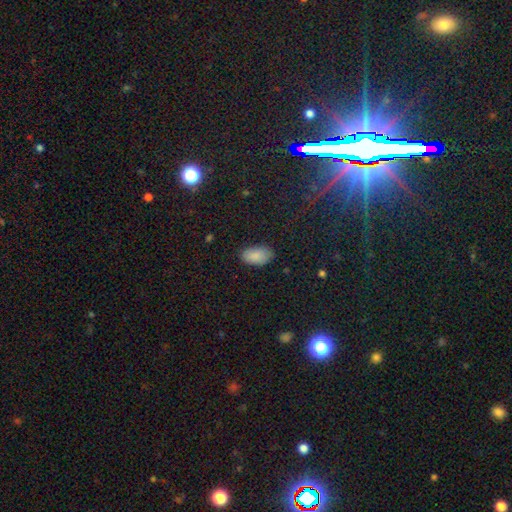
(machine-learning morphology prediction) type=smooth (87%); roundness=in between (95%); merging=none (83%).